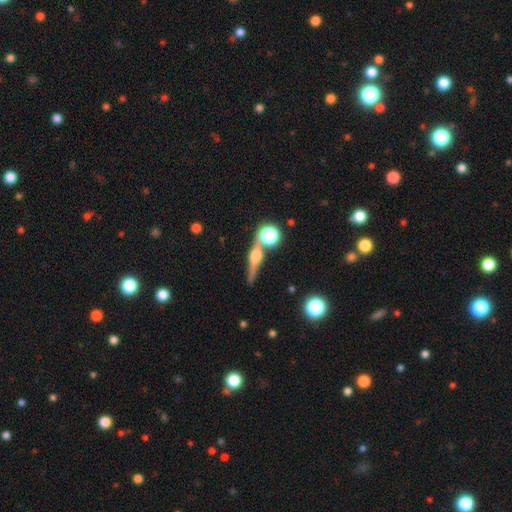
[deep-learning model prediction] Smooth or featured?
  - featured or disk: 70% *
  - smooth: 19%
  - star or artifact: 11%
Edge-on disk?
  - yes: 94% *
  - no: 6%
Edge-on bulge?
  - rounded: 93% *
  - boxy: 4%
  - none: 2%
Merging?
  - none: 71% *
  - merger: 15%
  - minor disturbance: 10%
  - major disturbance: 4%